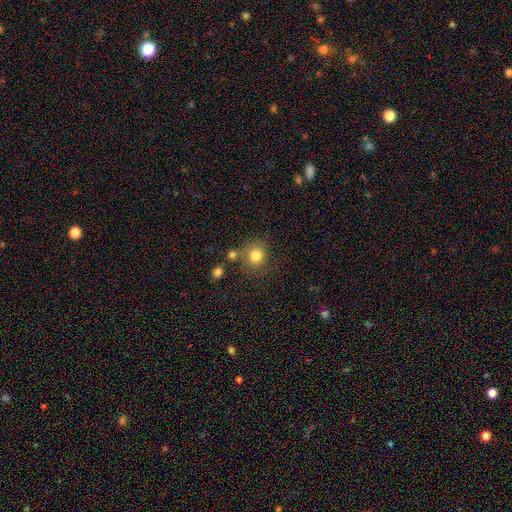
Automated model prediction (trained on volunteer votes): This is clearly a smooth galaxy (81%). How rounded: clearly round (86%). Merging: likely none (71%).